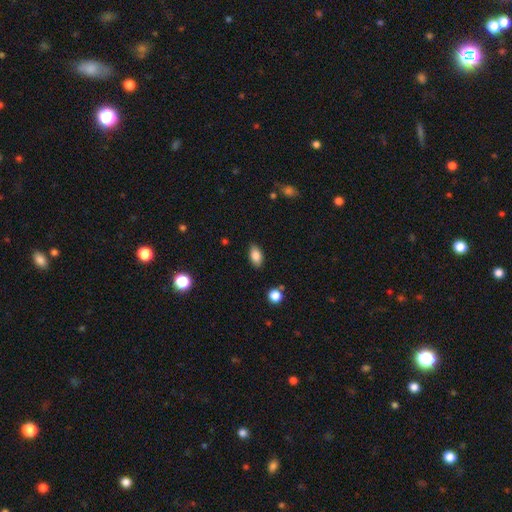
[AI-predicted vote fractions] Smooth or featured? Predicted: smooth (p=0.83). How rounded? Predicted: in between (p=0.89). Merging? Predicted: none (p=0.84).